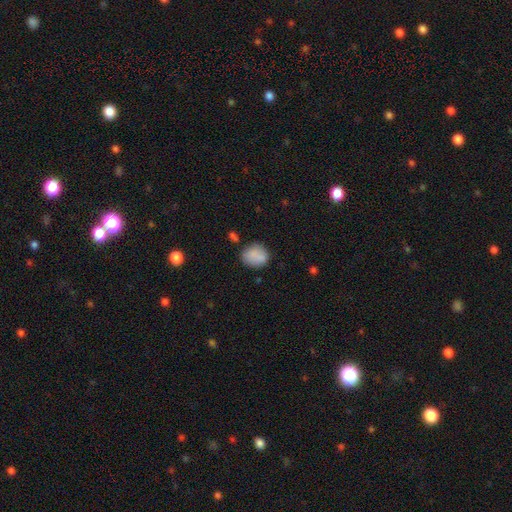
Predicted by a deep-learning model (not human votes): Smooth or featured: smooth — 85% (star or artifact — 8%)
How rounded: round — 63% (in between — 36%)
Merging: none — 73% (minor disturbance — 17%)